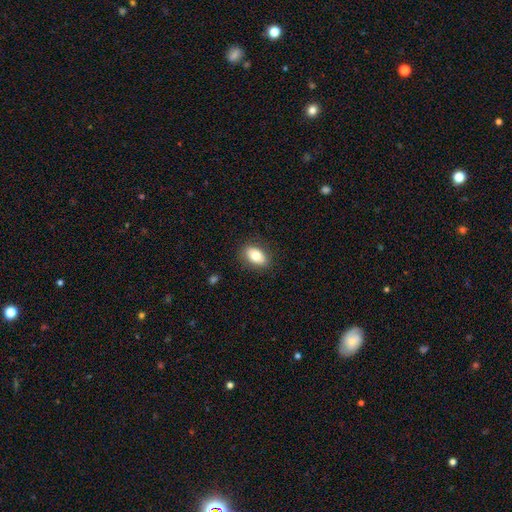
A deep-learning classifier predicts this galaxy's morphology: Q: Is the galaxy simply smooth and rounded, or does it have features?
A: smooth — 77%.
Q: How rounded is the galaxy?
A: in between — 88%.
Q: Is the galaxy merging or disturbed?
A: none — 86%.